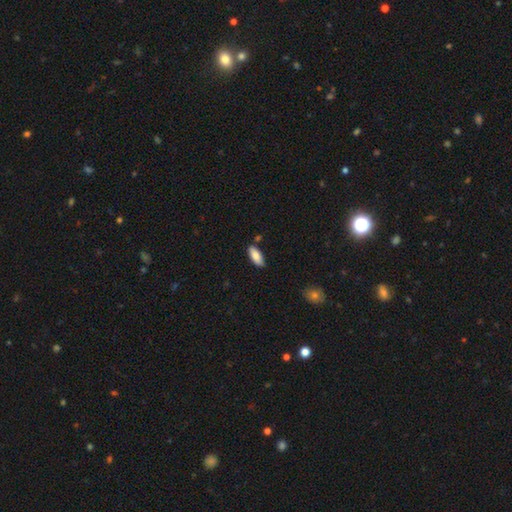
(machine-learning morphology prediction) A smooth galaxy with no disk features (84%) that is in between round and cigar-shaped (82%). Merging: none (83%).